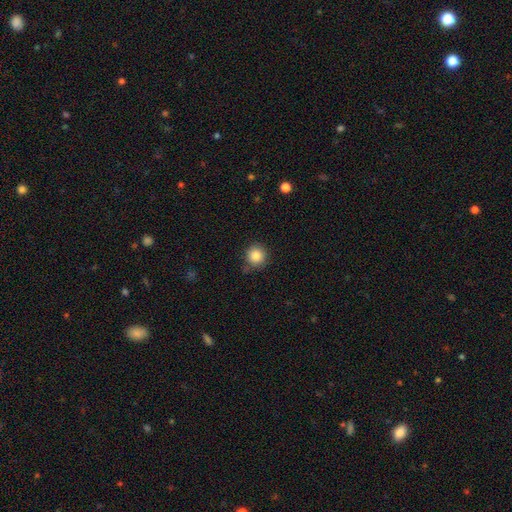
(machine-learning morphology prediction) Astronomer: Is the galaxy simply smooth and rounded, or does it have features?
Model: smooth — 86%.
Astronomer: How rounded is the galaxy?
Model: round — 92%.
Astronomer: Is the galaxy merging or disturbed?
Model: none — 82%.